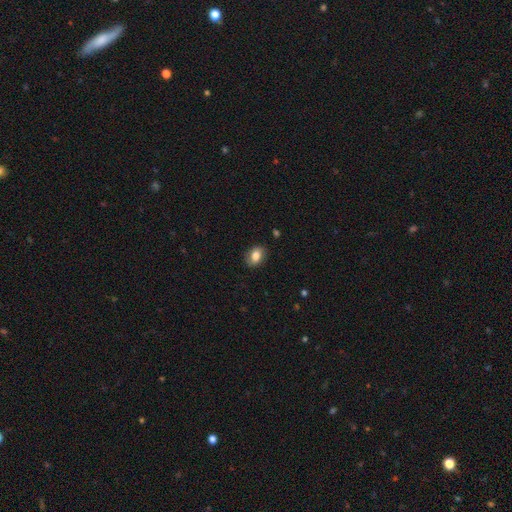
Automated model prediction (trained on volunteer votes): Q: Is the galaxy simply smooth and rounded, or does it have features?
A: smooth — 77%.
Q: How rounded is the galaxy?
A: in between — 74%.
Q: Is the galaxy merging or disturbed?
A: none — 83%.